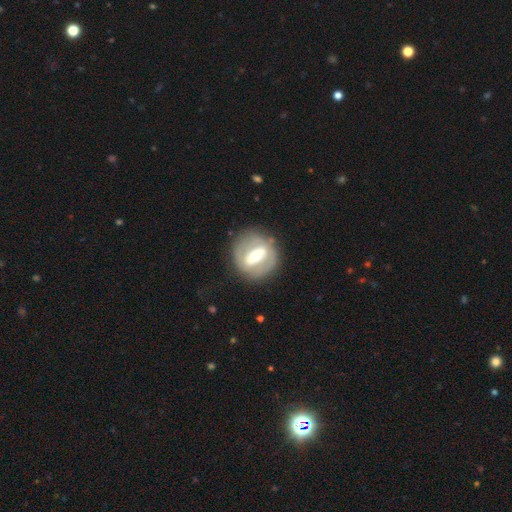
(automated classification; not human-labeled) Smooth or featured?
  - featured or disk: 67% *
  - smooth: 27%
  - star or artifact: 6%
Edge-on disk?
  - no: 93% *
  - yes: 7%
Bar?
  - strong: 55% *
  - weak: 30%
  - no: 15%
Spiral arms?
  - no: 58% *
  - yes: 42%
Bulge size?
  - moderate: 61% *
  - small: 22%
  - large: 14%
  - dominant: 2%
  - none: 1%
Merging?
  - none: 78% *
  - minor disturbance: 13%
  - major disturbance: 7%
  - merger: 2%